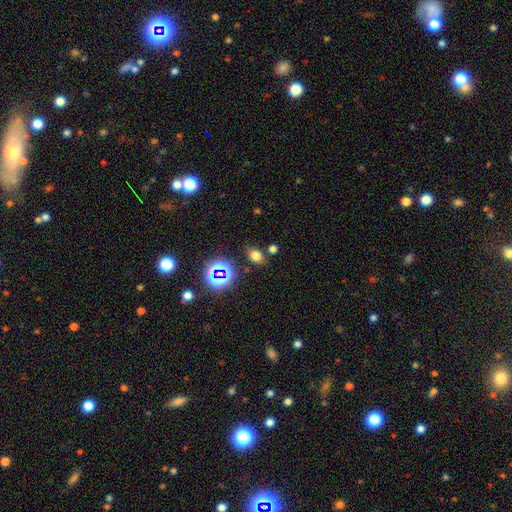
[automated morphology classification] smooth_or_featured: smooth (p=0.70) [alt: star or artifact p=0.22]
how_rounded: in between (p=0.69) [alt: round p=0.30]
merging: none (p=0.78) [alt: minor disturbance p=0.12]